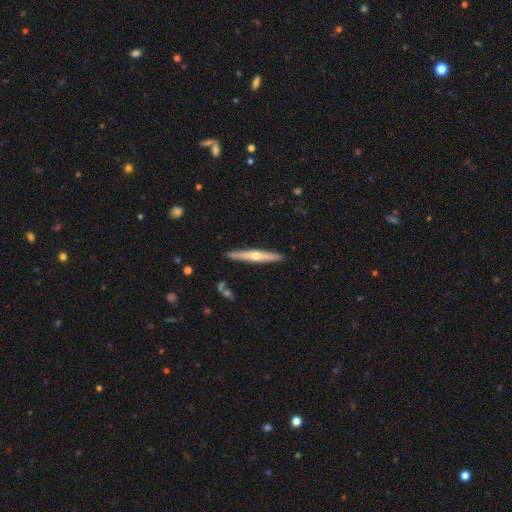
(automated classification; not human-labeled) Overall: featured or disk (62%; smooth 32%). Edge-on disk: yes (95%). Edge-on bulge: rounded (86%). Merging: none (90%).